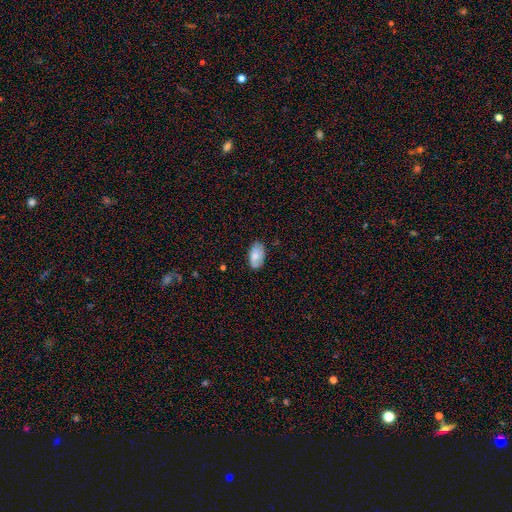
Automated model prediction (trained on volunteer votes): smooth_or_featured: smooth (p=0.75) [alt: featured or disk p=0.18]
how_rounded: in between (p=0.94) [alt: round p=0.04]
merging: none (p=0.77) [alt: minor disturbance p=0.18]